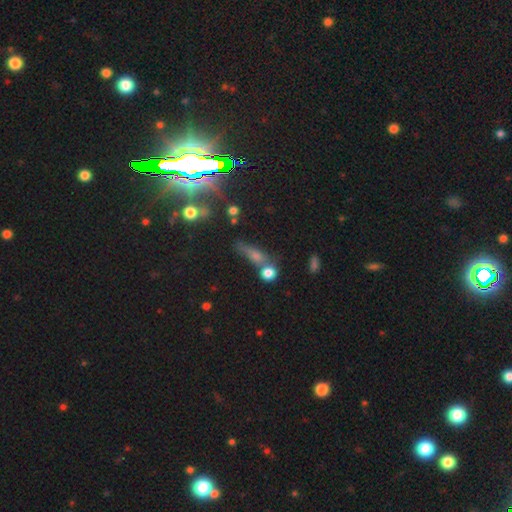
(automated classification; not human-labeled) smooth-or-featured: smooth: 47% | star or artifact: 34% | featured or disk: 19%
  merging: none: 53% | merger: 25% | minor disturbance: 14% | major disturbance: 8%